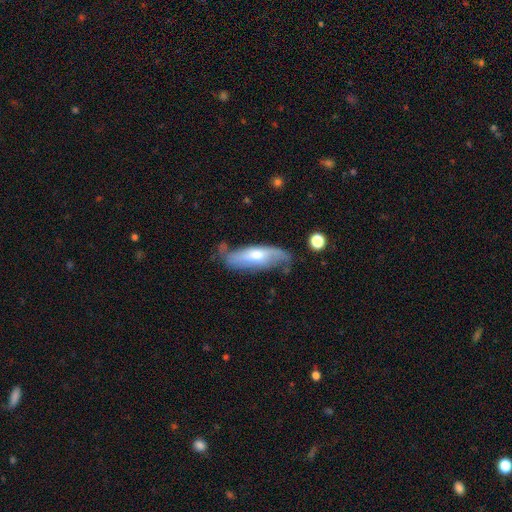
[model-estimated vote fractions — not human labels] This is possibly a featured or disk galaxy (51%). It is likely not viewed edge-on (65%). Merging: possibly none (54%).